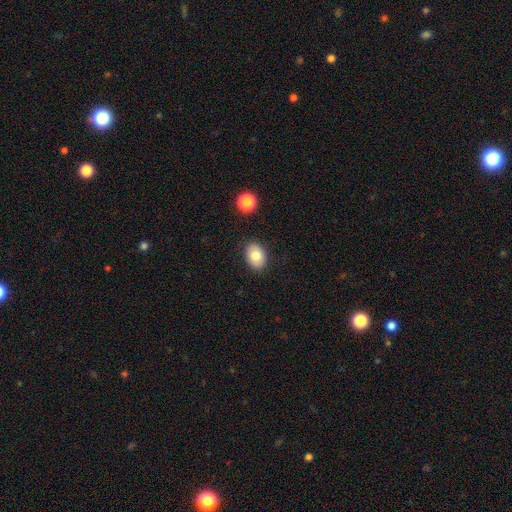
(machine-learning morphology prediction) smooth 78%, featured or disk 14%, star or artifact 8%. Down the decision tree: how rounded — in between (75%); merging — none (87%).